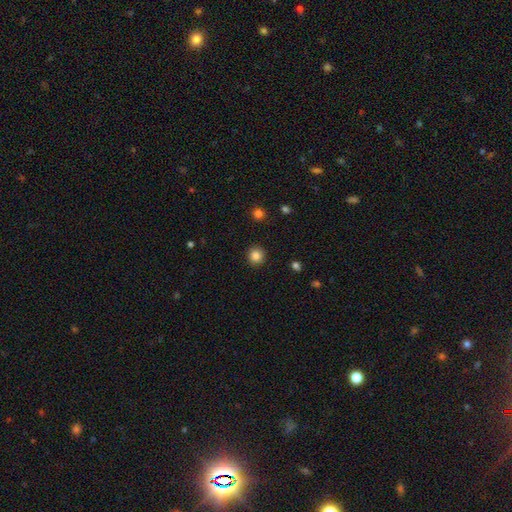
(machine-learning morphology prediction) Overall: smooth (85%). How rounded: round (93%). Merging: none (92%).